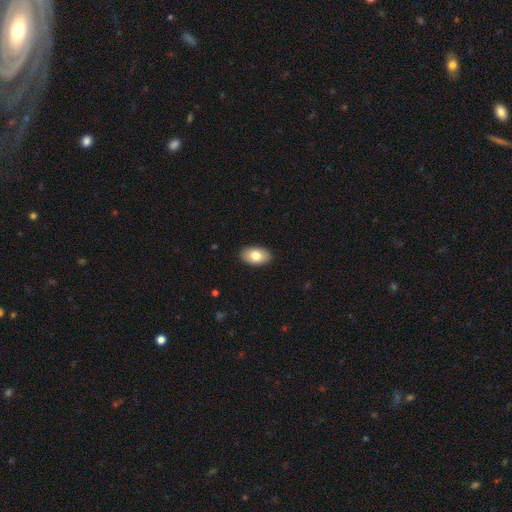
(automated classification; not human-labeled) Smooth or featured? smooth (80%)
How rounded? in between (93%)
Merging? none (90%)